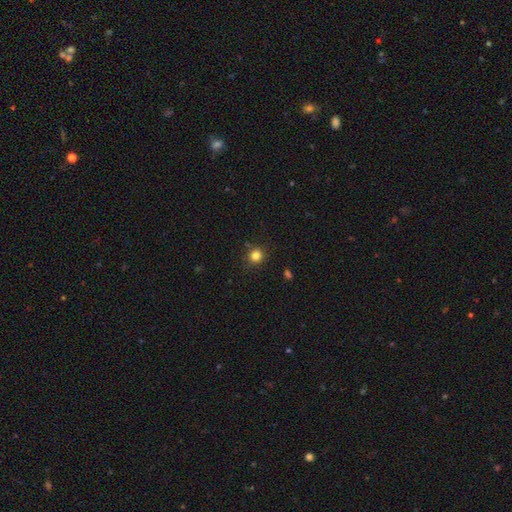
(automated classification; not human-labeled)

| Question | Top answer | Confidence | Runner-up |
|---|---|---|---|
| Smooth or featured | smooth | 82% | star or artifact (13%) |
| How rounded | round | 87% | in between (12%) |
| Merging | none | 85% | minor disturbance (10%) |